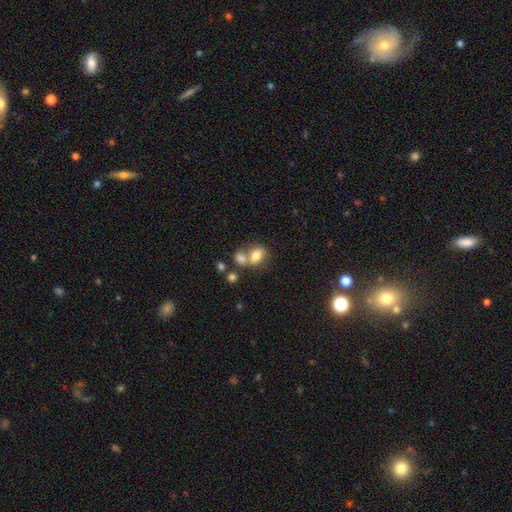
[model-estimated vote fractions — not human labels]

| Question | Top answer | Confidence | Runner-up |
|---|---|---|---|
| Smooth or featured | smooth | 74% | featured or disk (16%) |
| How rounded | in between | 70% | round (28%) |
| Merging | merger | 48% | none (35%) |